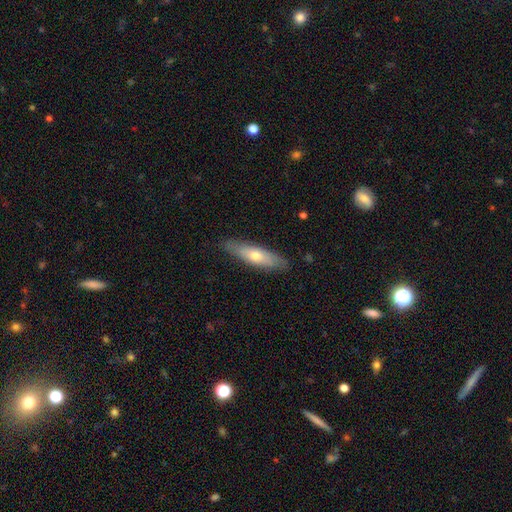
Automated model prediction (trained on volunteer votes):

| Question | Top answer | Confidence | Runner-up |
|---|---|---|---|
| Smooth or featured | smooth | 57% | featured or disk (37%) |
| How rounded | cigar-shaped | 62% | in between (36%) |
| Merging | none | 85% | minor disturbance (11%) |